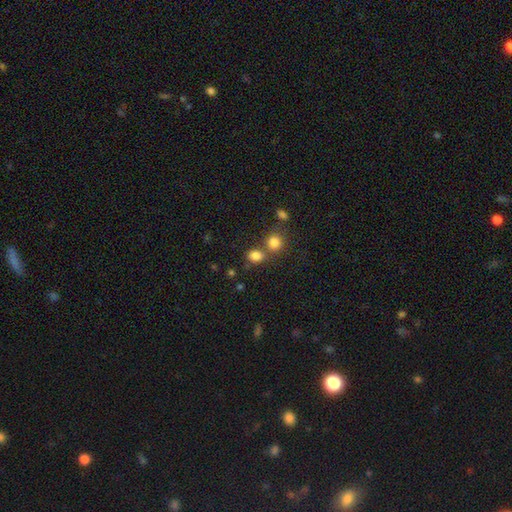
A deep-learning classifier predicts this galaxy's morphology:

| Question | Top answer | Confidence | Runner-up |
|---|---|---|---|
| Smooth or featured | smooth | 82% | star or artifact (13%) |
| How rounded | in between | 52% | round (47%) |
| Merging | none | 56% | merger (30%) |